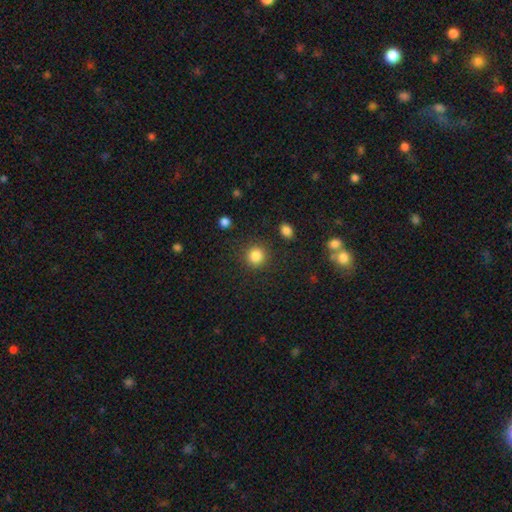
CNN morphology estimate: A smooth galaxy with no disk features (85%) that is round (92%). Merging: none (88%).